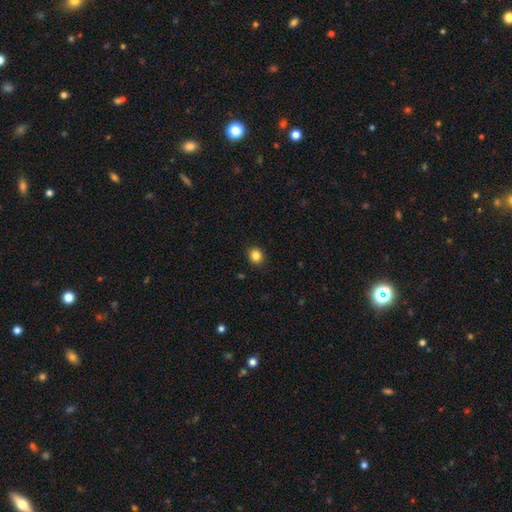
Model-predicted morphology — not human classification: Q: Smooth or featured?
A: smooth (85%); runner-up: star or artifact (11%)
Q: How rounded?
A: round (75%); runner-up: in between (24%)
Q: Merging?
A: none (91%); runner-up: minor disturbance (6%)